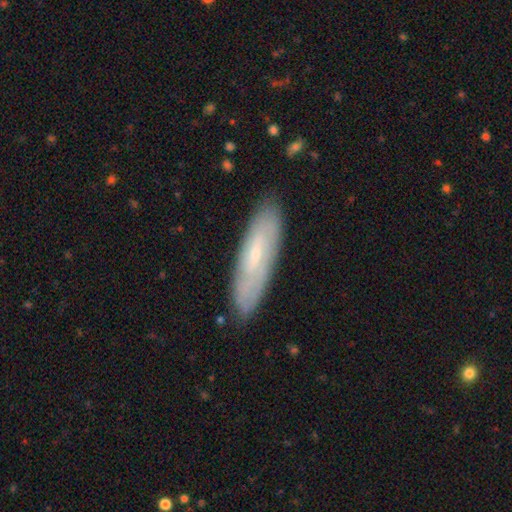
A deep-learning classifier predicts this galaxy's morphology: A featured or disk galaxy (50%). Merging: none (84%).